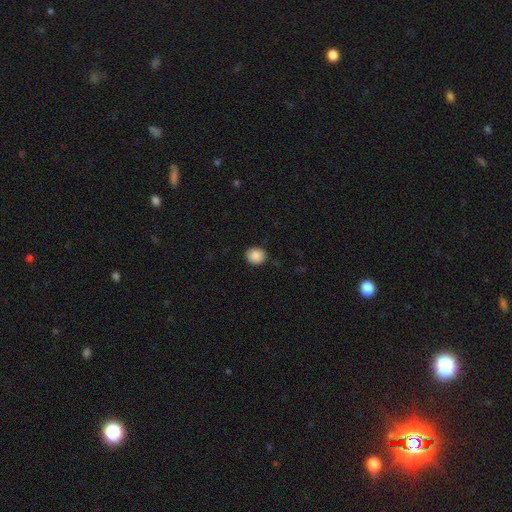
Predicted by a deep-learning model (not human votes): Smooth or featured? Predicted: smooth (p=0.88). How rounded? Predicted: round (p=0.75). Merging? Predicted: none (p=0.86).